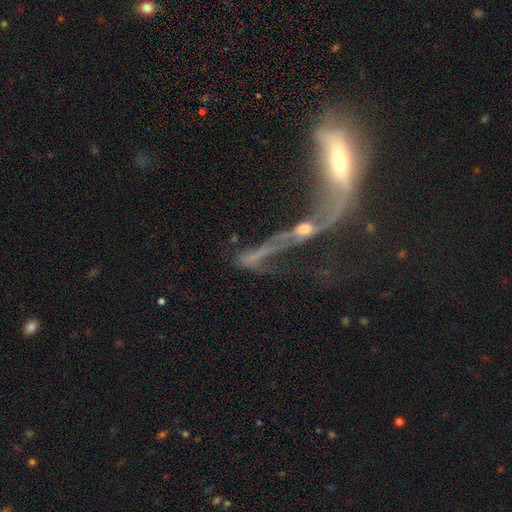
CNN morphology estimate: type=featured or disk (66%); edge-on=no (68%); merging=merger (45%).